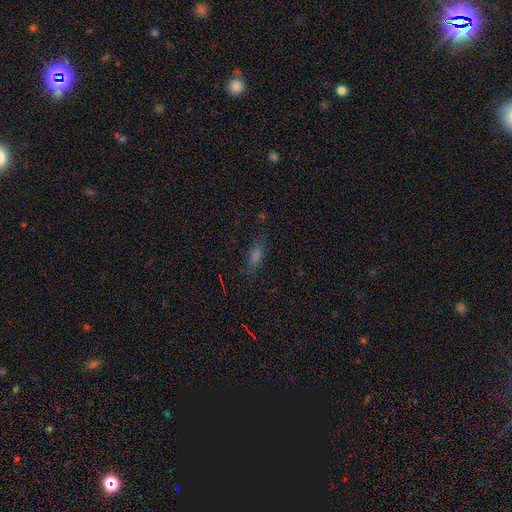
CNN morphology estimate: A smooth galaxy with no disk features (54%) that is in between round and cigar-shaped (49%). Merging: none (76%).